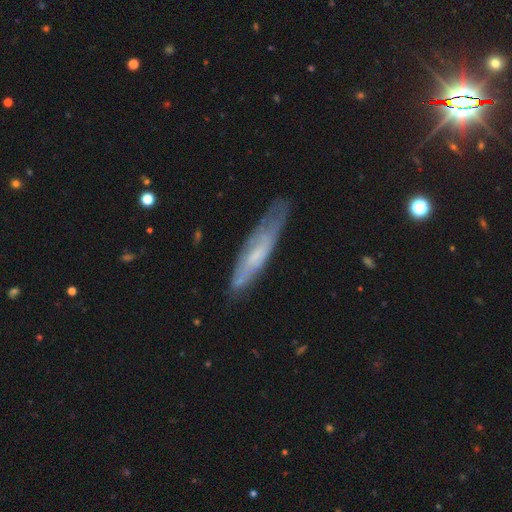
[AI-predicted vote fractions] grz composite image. It shows a featured or disk galaxy (52%) viewed edge-on (55%). Merging: none (66%).